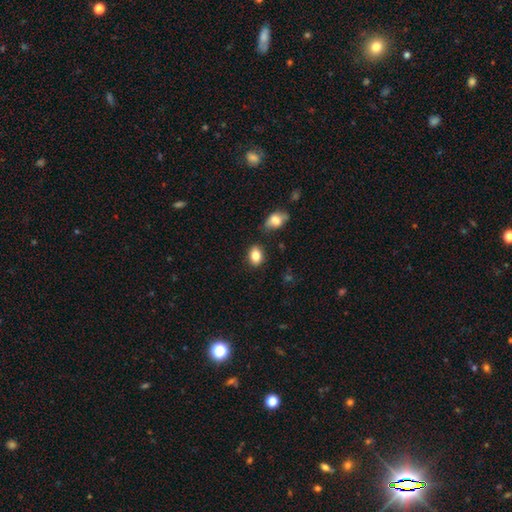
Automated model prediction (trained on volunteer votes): Smooth or featured?
  - smooth: 83% *
  - star or artifact: 9%
  - featured or disk: 8%
How rounded?
  - in between: 74% *
  - round: 24%
  - cigar-shaped: 1%
Merging?
  - none: 81% *
  - minor disturbance: 11%
  - merger: 5%
  - major disturbance: 3%